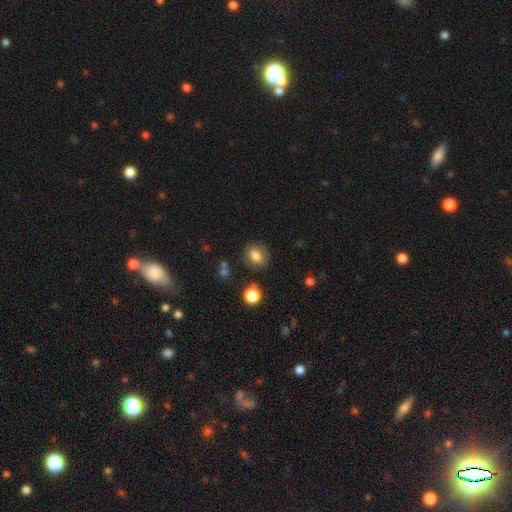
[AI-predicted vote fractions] smooth_or_featured: smooth (p=0.78) [alt: featured or disk p=0.12]
how_rounded: round (p=0.52) [alt: in between p=0.47]
merging: none (p=0.78) [alt: minor disturbance p=0.14]